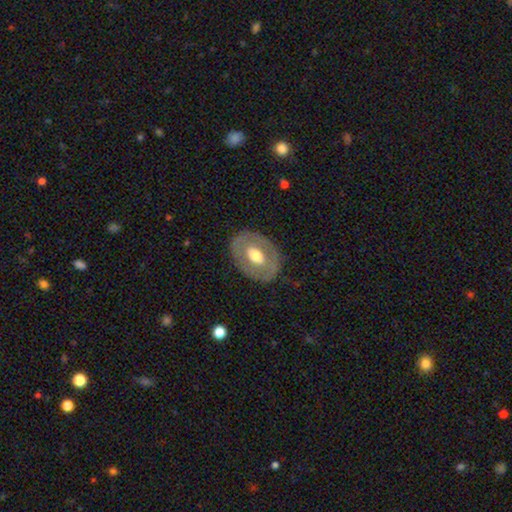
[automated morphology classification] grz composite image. It shows a featured or disk galaxy (51%). Merging: none (80%).